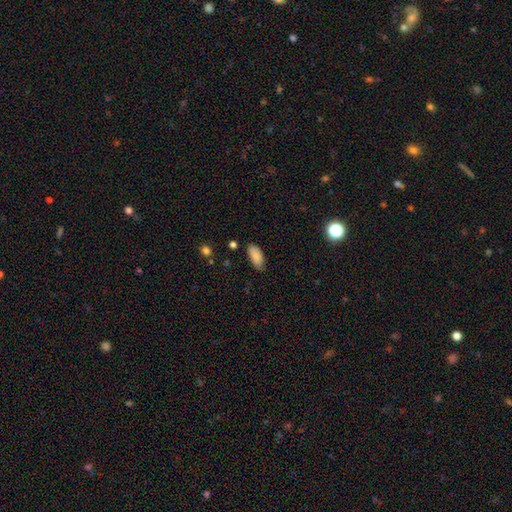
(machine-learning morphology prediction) type=smooth (87%); roundness=in between (91%); merging=none (75%).